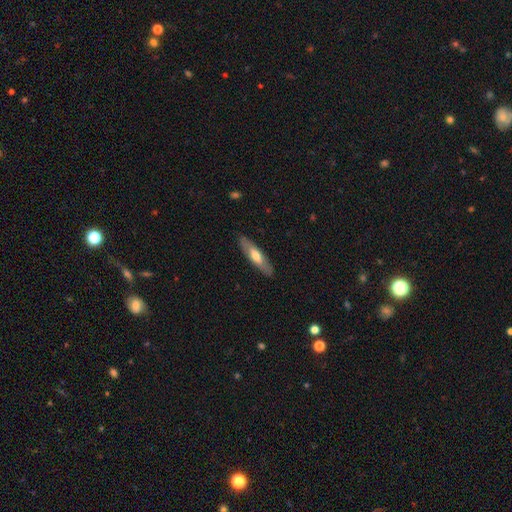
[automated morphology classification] Q: Smooth or featured?
A: smooth (53%); runner-up: featured or disk (42%)
Q: How rounded?
A: cigar-shaped (63%); runner-up: in between (35%)
Q: Merging?
A: none (87%); runner-up: minor disturbance (10%)